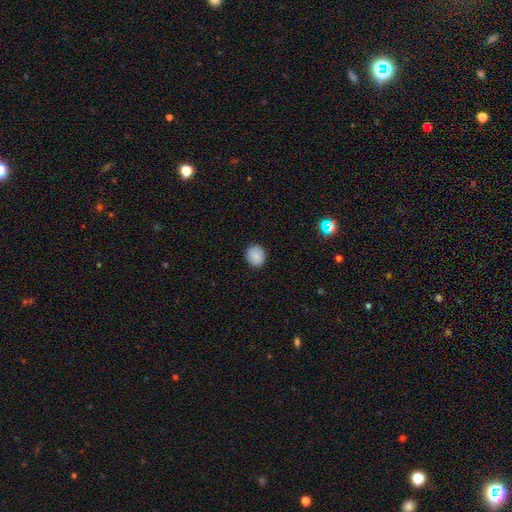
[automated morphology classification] Smooth or featured: smooth — 87% (star or artifact — 8%)
How rounded: round — 74% (in between — 25%)
Merging: none — 90% (minor disturbance — 7%)